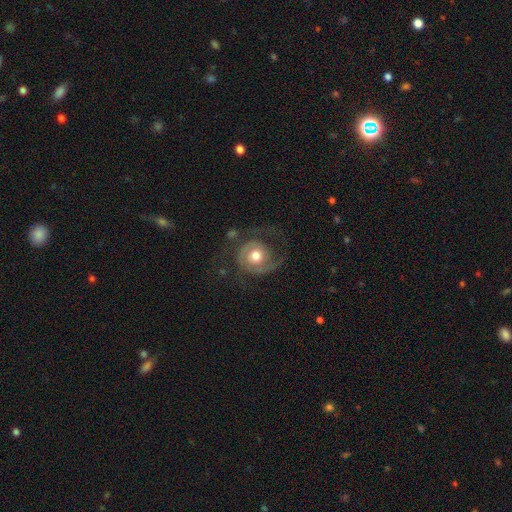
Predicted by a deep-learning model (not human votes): Overall: featured or disk (66%; smooth 27%). Edge-on disk: no (98%). Bar: no (79%). Spiral arms: yes (84%). Spiral arm count: 1 (43%; 2 39%). Spiral winding: medium (38%; tight 36%). Bulge size: moderate (72%). Merging: none (47%; major disturbance 32%).